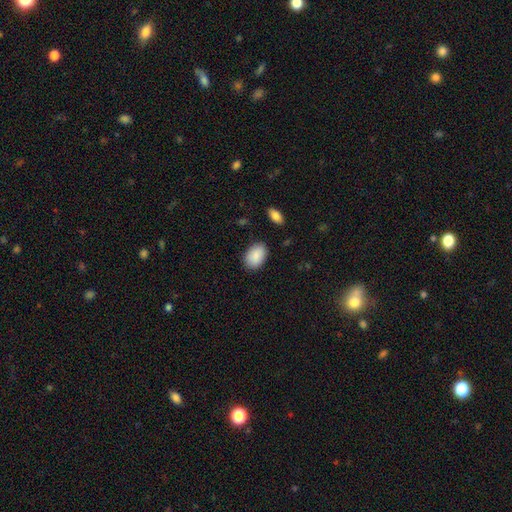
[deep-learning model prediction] Q: Smooth or featured?
A: smooth (90%); runner-up: star or artifact (6%)
Q: How rounded?
A: in between (89%); runner-up: round (10%)
Q: Merging?
A: none (85%); runner-up: minor disturbance (11%)